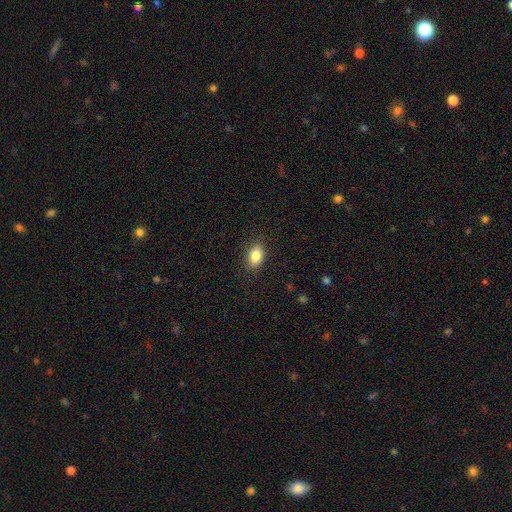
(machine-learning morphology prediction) smooth 85%, star or artifact 8%, featured or disk 7%. Down the decision tree: how rounded — in between (86%); merging — none (88%).